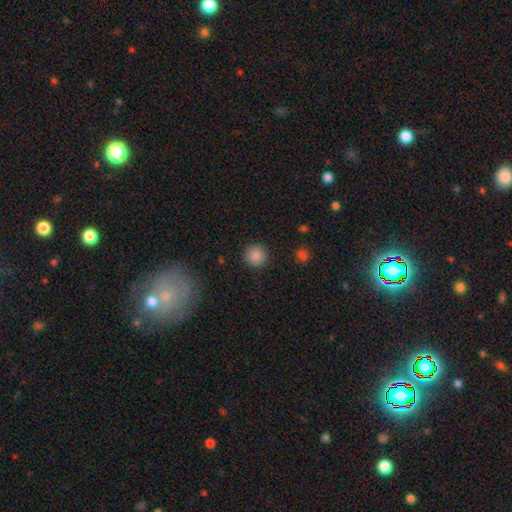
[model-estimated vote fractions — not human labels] Smooth or featured?
  - smooth: 87% *
  - star or artifact: 10%
  - featured or disk: 4%
How rounded?
  - round: 94% *
  - in between: 5%
  - cigar-shaped: 1%
Merging?
  - none: 91% *
  - minor disturbance: 6%
  - major disturbance: 2%
  - merger: 1%